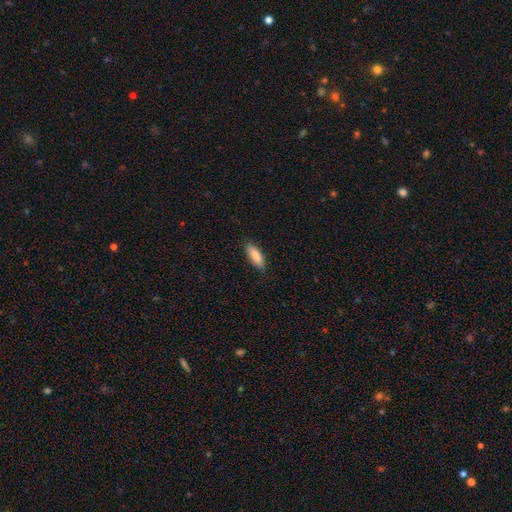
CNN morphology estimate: The model was most divided on "how rounded": in between: 66%, cigar-shaped: 33%, round: 2%. More confident: smooth or featured — smooth (87%); merging — none (84%).